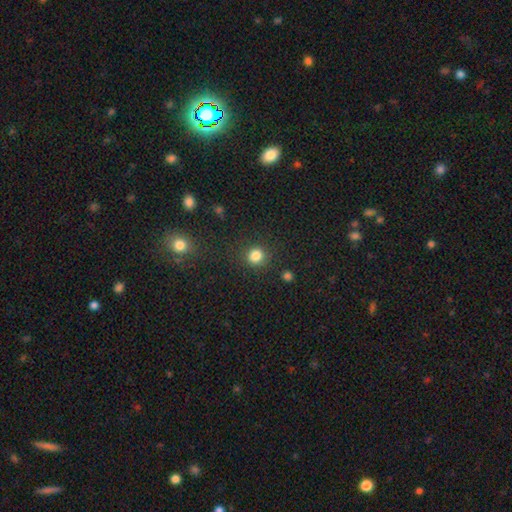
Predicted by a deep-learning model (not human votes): Morphology: type=smooth (83%); roundness=round (86%); merging=none (86%).